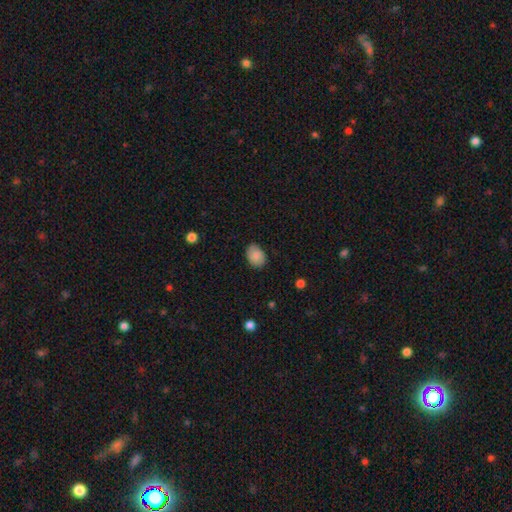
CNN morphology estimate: This is clearly a smooth galaxy (88%). How rounded: likely in between (73%). Merging: clearly none (82%).